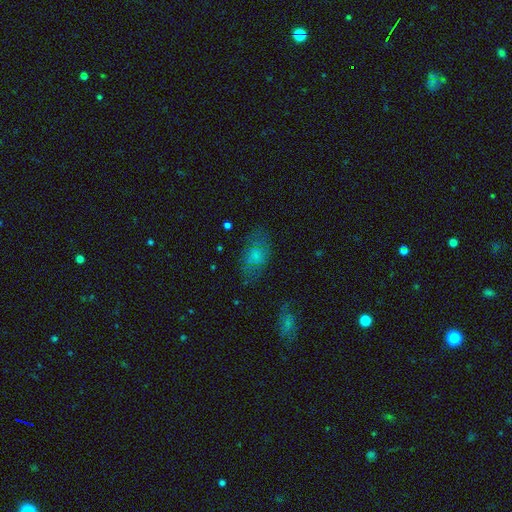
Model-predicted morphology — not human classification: smooth 62%, featured or disk 26%, star or artifact 12%. Down the decision tree: how rounded — in between (88%); merging — none (68%).